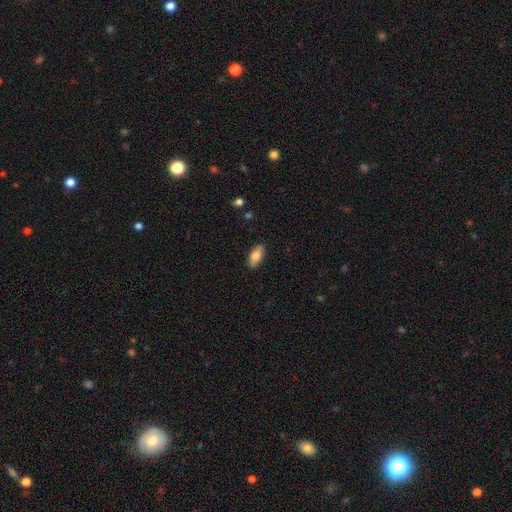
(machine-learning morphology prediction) smooth 83%, featured or disk 11%, star or artifact 6%. Down the decision tree: how rounded — in between (90%); merging — none (88%).